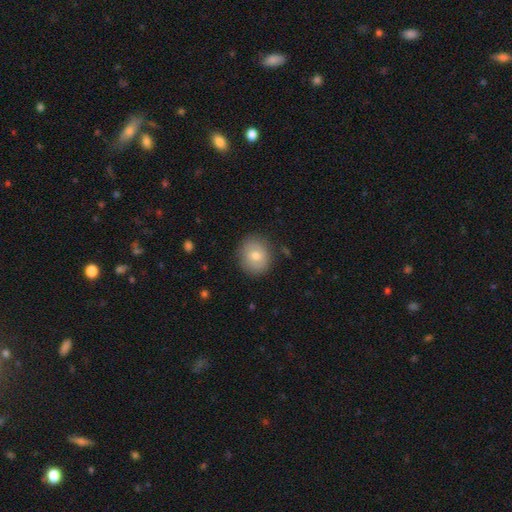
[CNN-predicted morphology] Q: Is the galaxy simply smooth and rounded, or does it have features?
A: smooth — 71%.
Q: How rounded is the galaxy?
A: round — 76%.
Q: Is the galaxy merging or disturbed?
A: none — 84%.